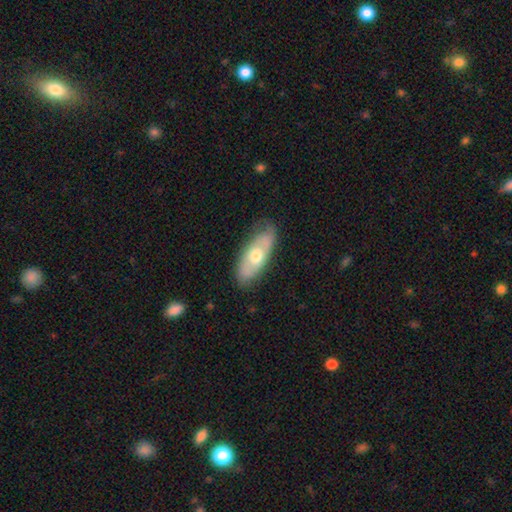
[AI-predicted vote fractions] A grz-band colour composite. It shows a featured or disk galaxy (48%). Merging: none (75%).